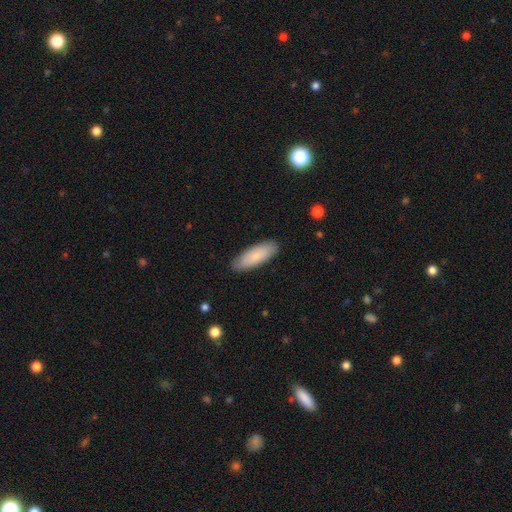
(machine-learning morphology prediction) Overall: smooth (83%). How rounded: in between (65%; cigar-shaped 33%). Merging: none (88%).